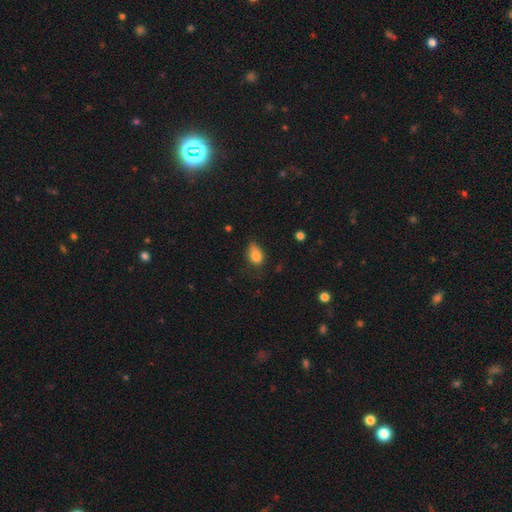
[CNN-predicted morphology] Smooth or featured? Predicted: smooth (p=0.82). How rounded? Predicted: in between (p=0.78). Merging? Predicted: none (p=0.43).